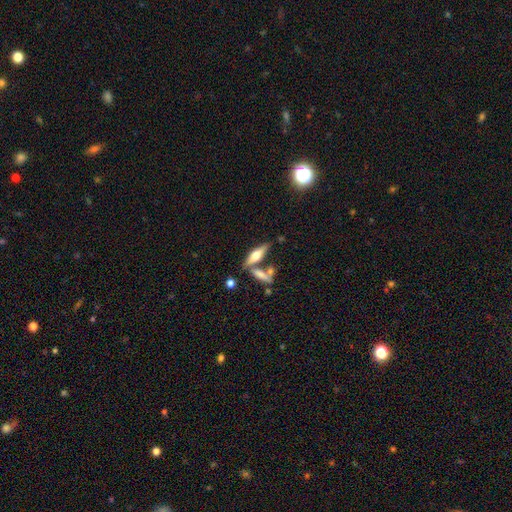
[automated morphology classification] A smooth galaxy with no disk features (48%).

Vote fractions:
- Smooth or featured? smooth: 48% / featured or disk: 45% / star or artifact: 7%
- Merging? none: 60% / merger: 24% / minor disturbance: 12% / major disturbance: 4%